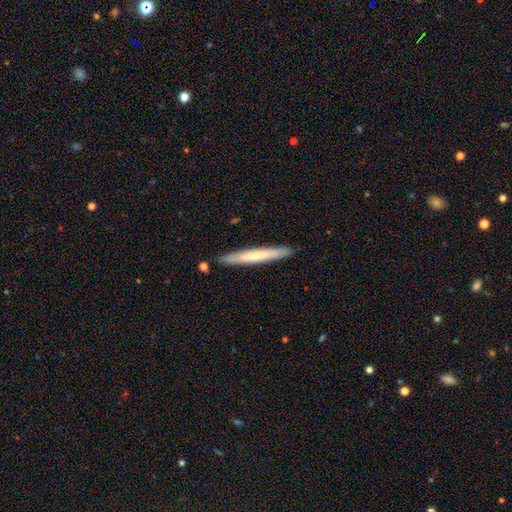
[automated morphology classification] Smooth or featured? smooth (58%)
How rounded? cigar-shaped (96%)
Merging? none (90%)